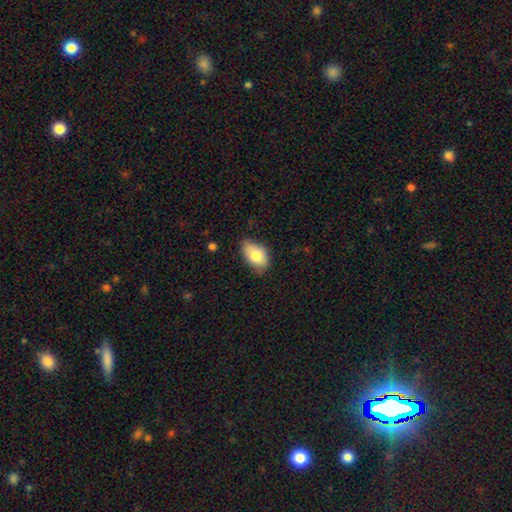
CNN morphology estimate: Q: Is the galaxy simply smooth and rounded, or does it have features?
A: smooth — 78%.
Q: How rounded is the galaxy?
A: in between — 90%.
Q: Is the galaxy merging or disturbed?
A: none — 65%.